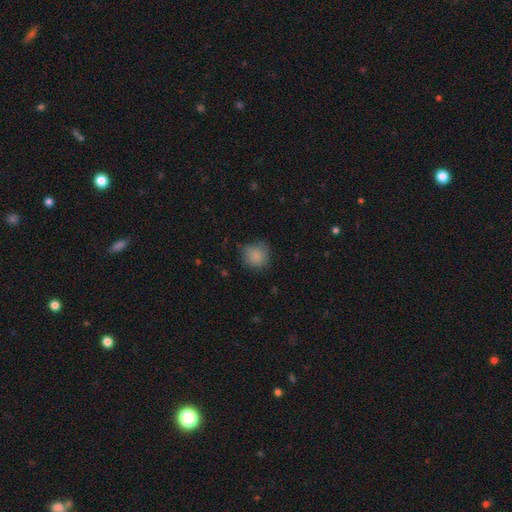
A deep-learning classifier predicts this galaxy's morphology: smooth_or_featured: smooth (p=0.84) [alt: star or artifact p=0.10]
how_rounded: round (p=0.85) [alt: in between p=0.14]
merging: none (p=0.74) [alt: minor disturbance p=0.20]